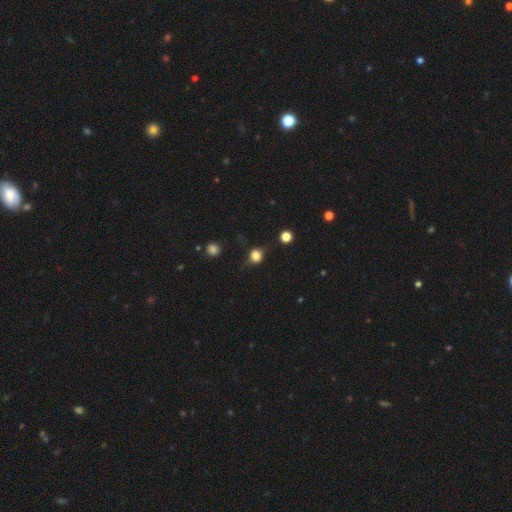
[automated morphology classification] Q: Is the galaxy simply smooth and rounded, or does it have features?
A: smooth — 68%.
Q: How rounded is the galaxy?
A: round — 77%.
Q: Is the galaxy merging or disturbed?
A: none — 70%.